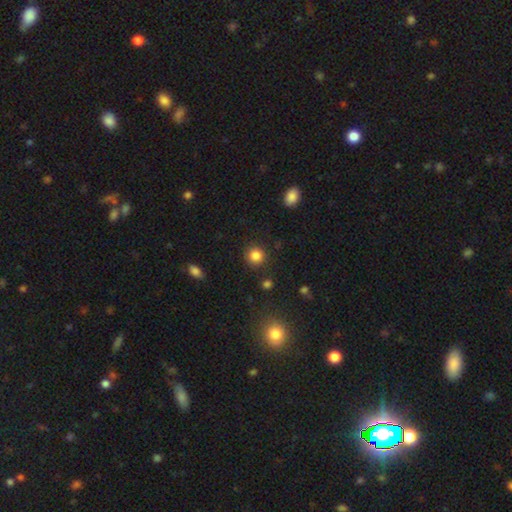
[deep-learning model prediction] A smooth galaxy with no disk features (84%) that is round (92%). Merging: none (89%).